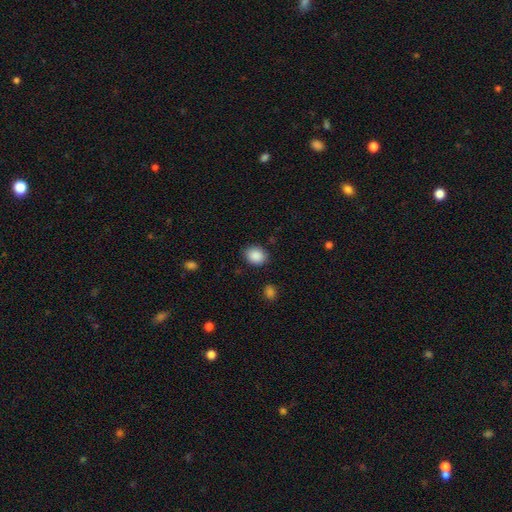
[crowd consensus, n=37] Smooth or featured? smooth (92%)
How rounded? in between (56%)
Merging? none (75%)